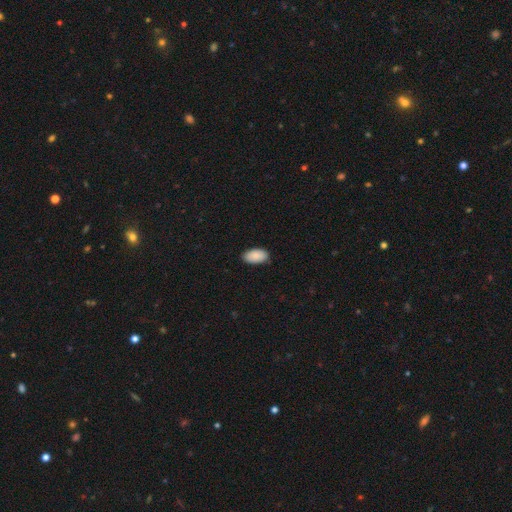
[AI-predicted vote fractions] Overall: smooth (90%). How rounded: in between (96%). Merging: none (87%).